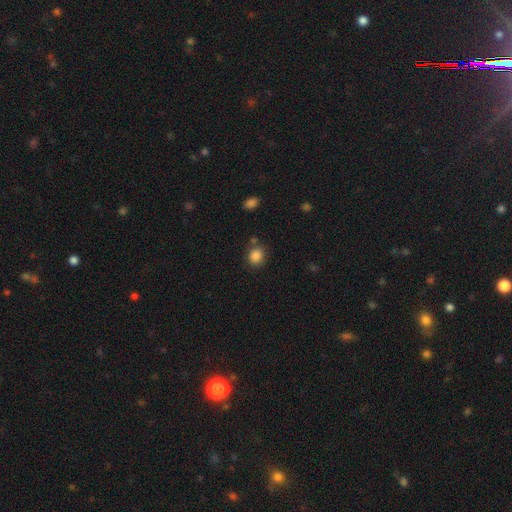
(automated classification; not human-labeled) This is clearly a smooth galaxy (86%). How rounded: likely round (76%). Merging: likely none (78%).